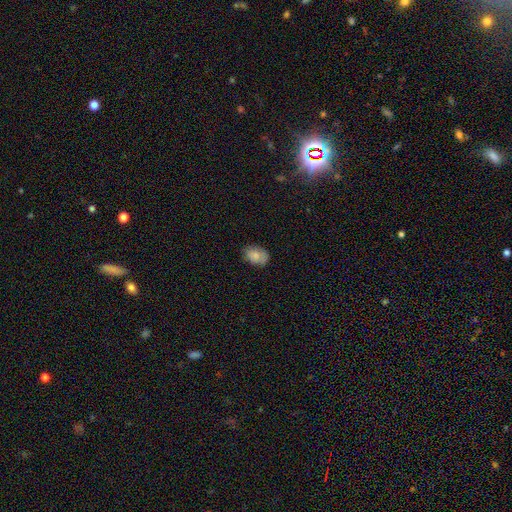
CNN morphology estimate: Smooth or featured? smooth (80%)
How rounded? in between (77%)
Merging? none (71%)